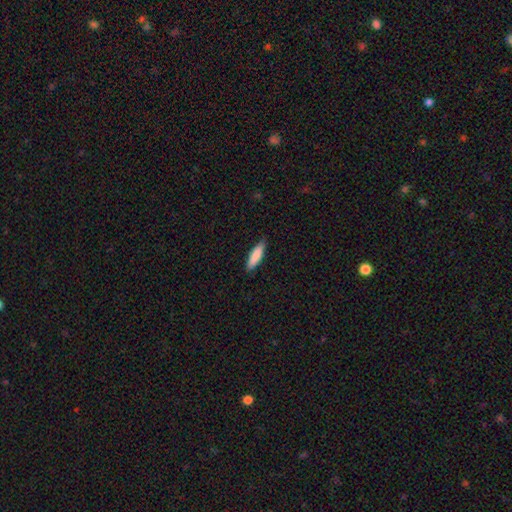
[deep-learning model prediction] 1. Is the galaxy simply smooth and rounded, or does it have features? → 85% smooth, 9% featured or disk, 6% star or artifact.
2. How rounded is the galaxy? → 65% cigar-shaped, 34% in between, 1% round.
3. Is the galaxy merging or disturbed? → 85% none, 12% minor disturbance, 2% major disturbance, 1% merger.